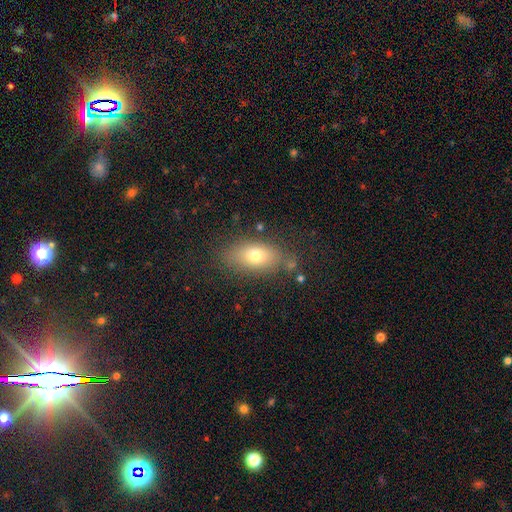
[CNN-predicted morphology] smooth-or-featured: smooth: 73% | featured or disk: 17% | star or artifact: 10%
  how-rounded: in between: 85% | round: 9% | cigar-shaped: 6%
  merging: none: 77% | minor disturbance: 15% | major disturbance: 5% | merger: 3%